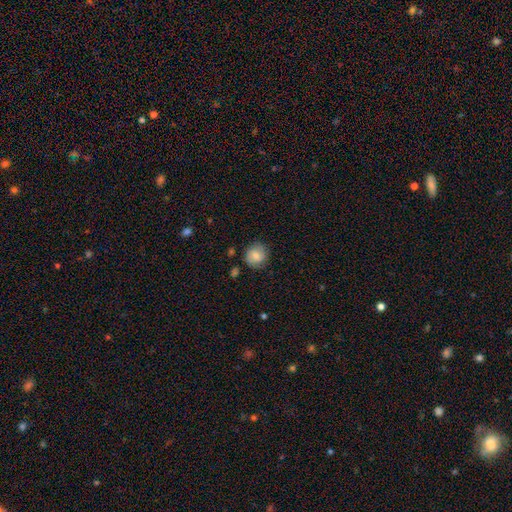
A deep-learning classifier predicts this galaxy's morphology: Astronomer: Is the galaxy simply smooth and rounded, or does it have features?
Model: smooth — 78%.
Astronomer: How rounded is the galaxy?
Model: round — 86%.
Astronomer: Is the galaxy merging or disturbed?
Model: none — 80%.